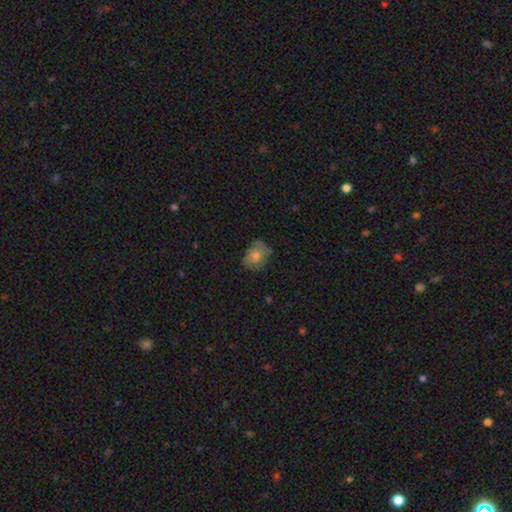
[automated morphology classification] The model was most divided on "how rounded": in between: 53%, round: 45%, cigar-shaped: 1%. More confident: smooth or featured — smooth (66%); merging — none (66%).